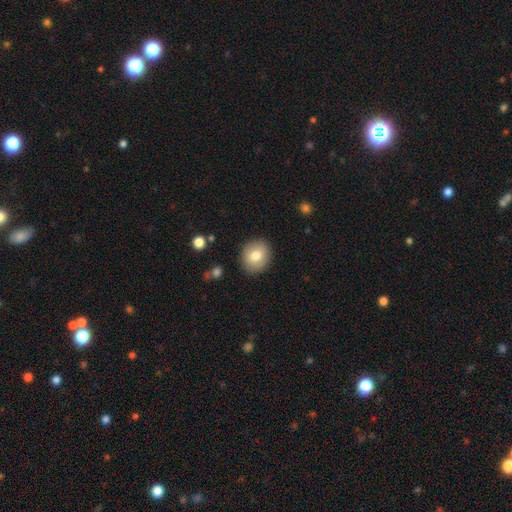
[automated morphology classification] smooth 79%, featured or disk 13%, star or artifact 9%. Down the decision tree: how rounded — round (79%); merging — none (88%).